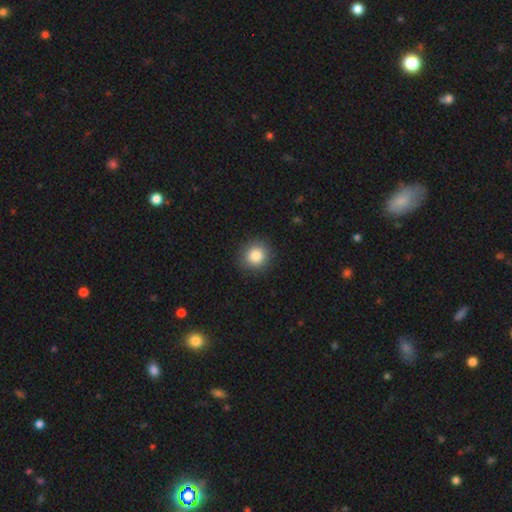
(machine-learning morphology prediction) smooth_or_featured: smooth (p=0.85) [alt: star or artifact p=0.10]
how_rounded: round (p=0.90) [alt: in between p=0.09]
merging: none (p=0.90) [alt: minor disturbance p=0.07]